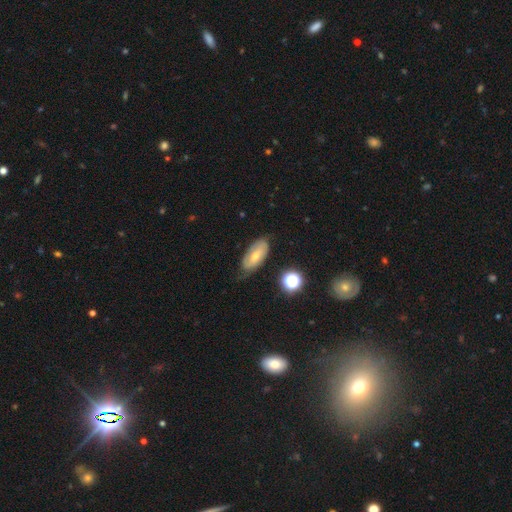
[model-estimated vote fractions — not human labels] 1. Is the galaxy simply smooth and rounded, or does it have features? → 47% featured or disk, 43% smooth, 9% star or artifact.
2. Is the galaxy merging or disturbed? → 62% none, 28% minor disturbance, 9% major disturbance, 2% merger.